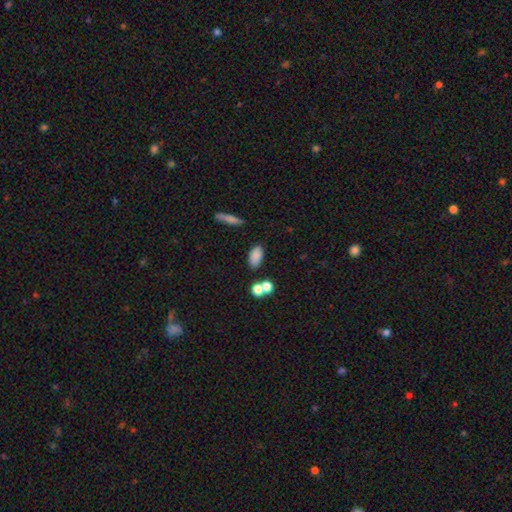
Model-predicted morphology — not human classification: Smooth or featured? Predicted: smooth (p=0.83). How rounded? Predicted: in between (p=0.88). Merging? Predicted: none (p=0.73).